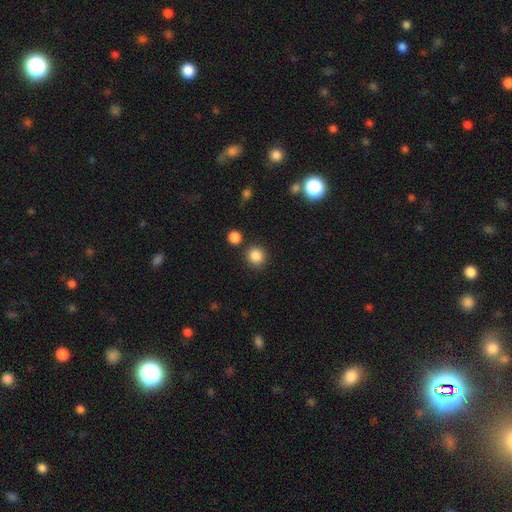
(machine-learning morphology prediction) This is clearly a smooth galaxy (86%). How rounded: clearly round (88%). Merging: clearly none (84%).